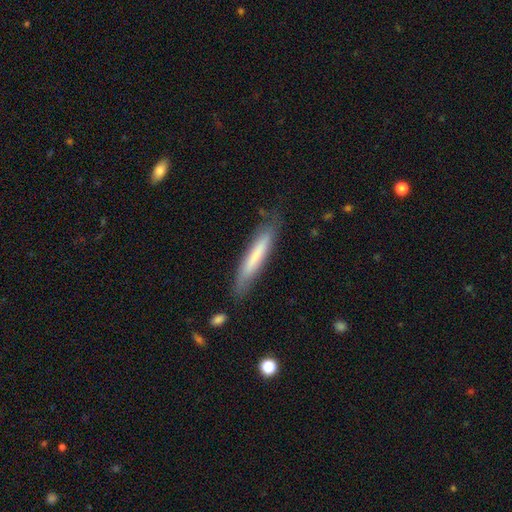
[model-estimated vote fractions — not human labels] A smooth galaxy with no disk features (67%) that is cigar-shaped (92%). Merging: none (78%).